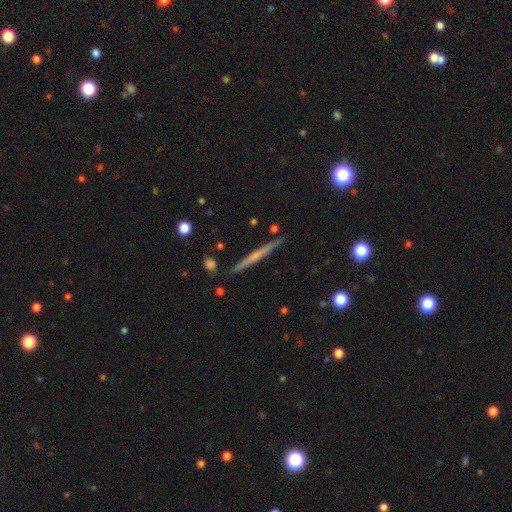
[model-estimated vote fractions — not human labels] Q: Smooth or featured?
A: featured or disk (58%); runner-up: smooth (36%)
Q: Edge-on disk?
A: yes (98%); runner-up: no (2%)
Q: Edge-on bulge?
A: none (70%); runner-up: rounded (24%)
Q: Merging?
A: none (90%); runner-up: minor disturbance (7%)